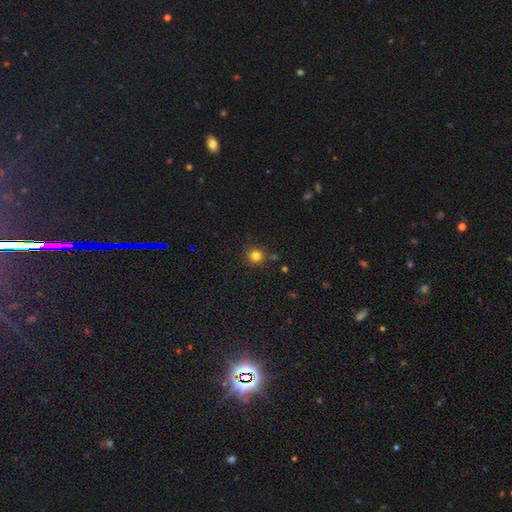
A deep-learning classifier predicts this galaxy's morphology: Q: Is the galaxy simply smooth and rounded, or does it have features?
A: smooth — 81%.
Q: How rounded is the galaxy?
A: round — 94%.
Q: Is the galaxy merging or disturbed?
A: none — 85%.